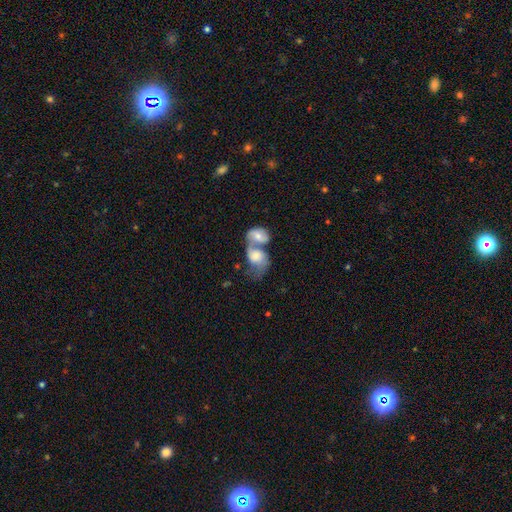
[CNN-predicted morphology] A smooth galaxy with no disk features (52%) that is in between round and cigar-shaped (63%). Merging: merger (79%).